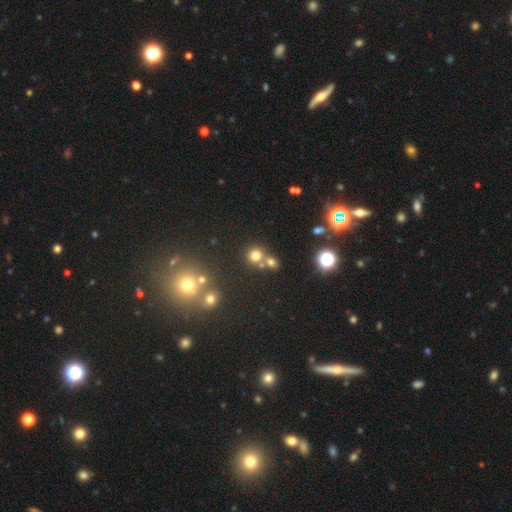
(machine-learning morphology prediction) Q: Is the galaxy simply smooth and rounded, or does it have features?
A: smooth — 70%.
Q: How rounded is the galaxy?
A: round — 88%.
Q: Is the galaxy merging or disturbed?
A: none — 58%.